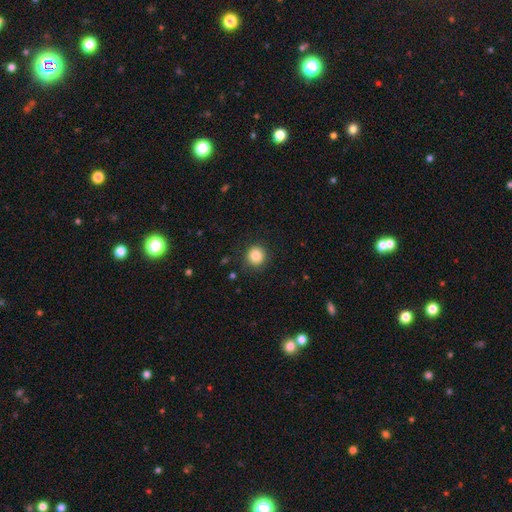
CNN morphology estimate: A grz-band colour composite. It shows a smooth galaxy with no disk features (85%) that is round (92%). Merging: none (88%).